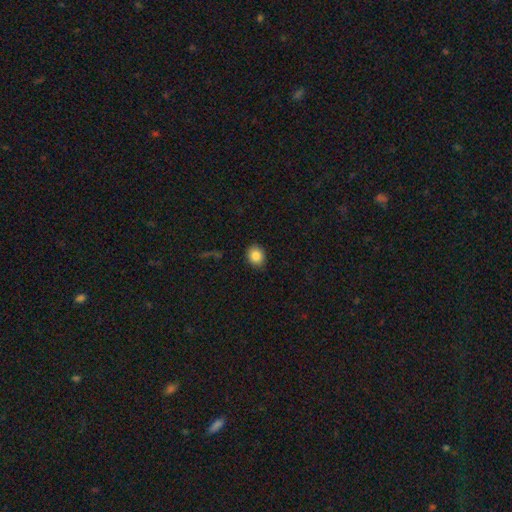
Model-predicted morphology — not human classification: smooth 86%, star or artifact 9%, featured or disk 5%. Down the decision tree: how rounded — round (59%); merging — none (89%).